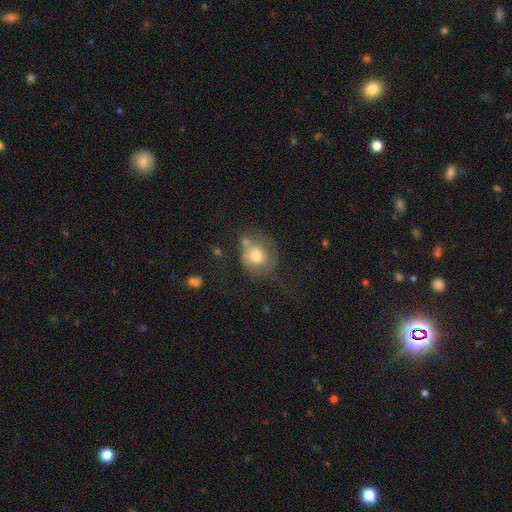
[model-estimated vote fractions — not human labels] smooth-or-featured: smooth: 54% | featured or disk: 38% | star or artifact: 9%
  how-rounded: round: 68% | in between: 31% | cigar-shaped: 1%
  merging: none: 39% | major disturbance: 26% | minor disturbance: 26% | merger: 9%